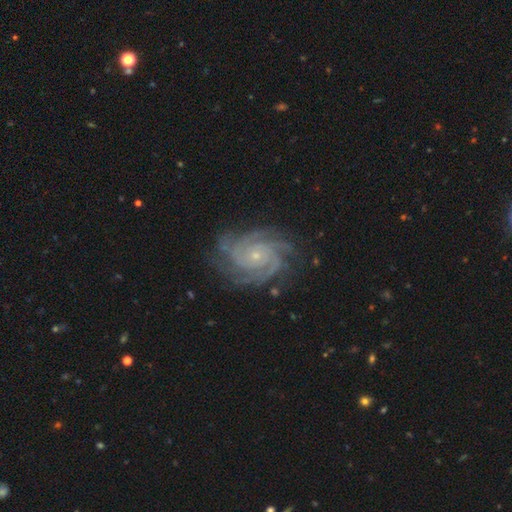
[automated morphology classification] type=featured or disk (91%); edge-on=no (98%); bar=no (76%); spiral arms=yes (99%); winding=tight (70%); arm count=4 (35%); bulge=small (79%); merging=none (79%).